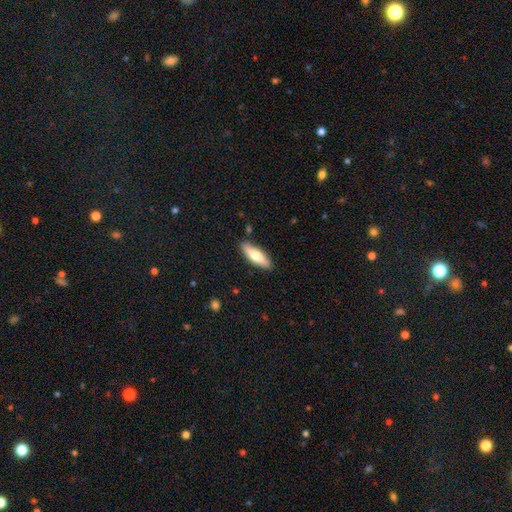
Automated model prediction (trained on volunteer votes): A smooth galaxy with no disk features (65%) that is cigar-shaped (51%). Merging: none (86%).